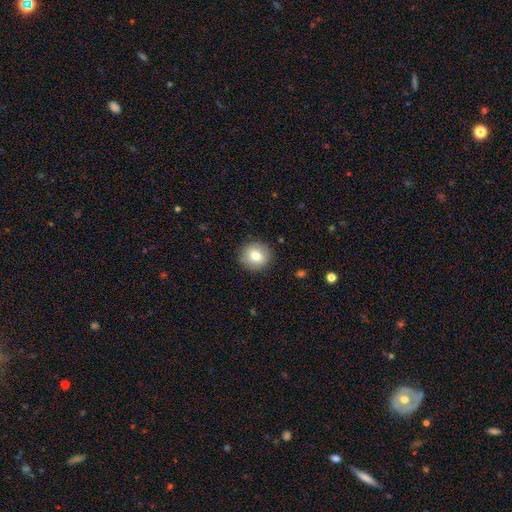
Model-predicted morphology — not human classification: Smooth or featured? smooth (77%)
How rounded? round (91%)
Merging? none (89%)